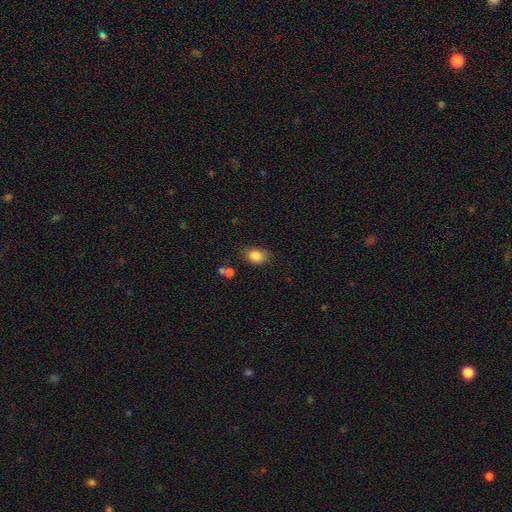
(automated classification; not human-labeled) Q: Smooth or featured?
A: smooth (85%); runner-up: star or artifact (9%)
Q: How rounded?
A: in between (71%); runner-up: round (28%)
Q: Merging?
A: none (77%); runner-up: minor disturbance (16%)